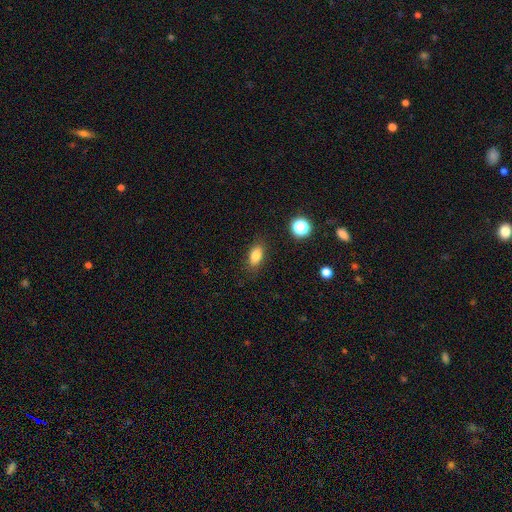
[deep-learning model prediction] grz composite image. It shows a smooth galaxy with no disk features (82%) that is in between round and cigar-shaped (85%). Merging: none (85%).